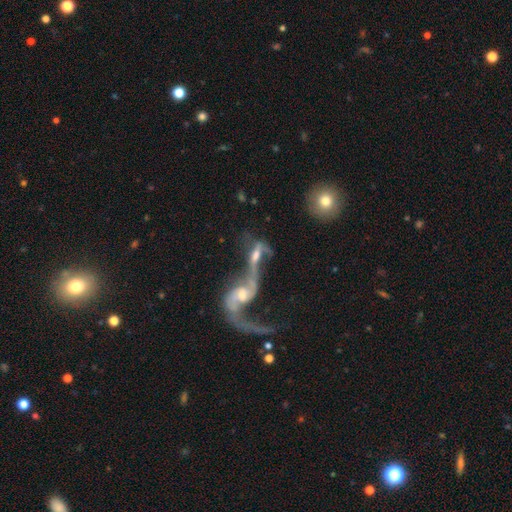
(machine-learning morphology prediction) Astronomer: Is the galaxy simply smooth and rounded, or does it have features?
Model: featured or disk — 74%.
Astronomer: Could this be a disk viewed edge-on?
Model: no — 91%.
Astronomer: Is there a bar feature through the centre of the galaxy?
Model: no — 51% (runner-up: weak, 36%).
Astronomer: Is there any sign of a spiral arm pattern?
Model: yes — 78%.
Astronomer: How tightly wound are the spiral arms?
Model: loose — 82%.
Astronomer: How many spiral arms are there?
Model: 2 — 66%.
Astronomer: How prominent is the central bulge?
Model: moderate — 49% (runner-up: small, 33%).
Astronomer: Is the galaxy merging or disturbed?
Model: merger — 73%.